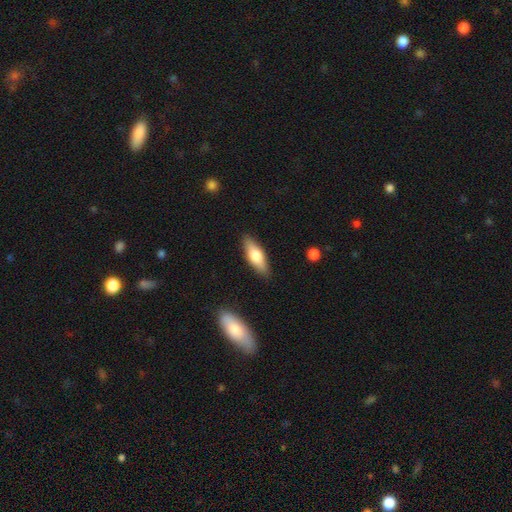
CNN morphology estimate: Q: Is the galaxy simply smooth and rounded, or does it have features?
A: smooth — 61%.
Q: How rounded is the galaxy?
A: in between — 55%.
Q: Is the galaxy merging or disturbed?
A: none — 87%.